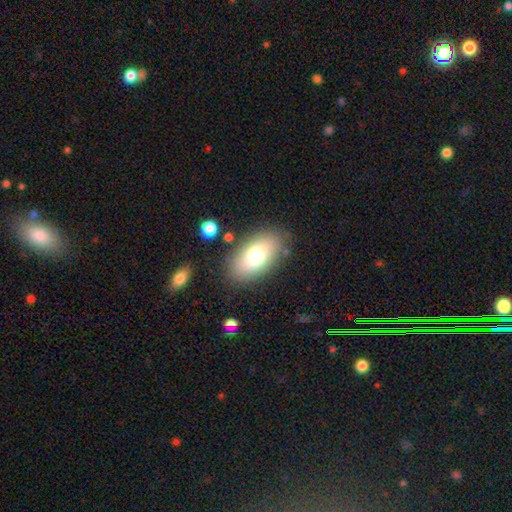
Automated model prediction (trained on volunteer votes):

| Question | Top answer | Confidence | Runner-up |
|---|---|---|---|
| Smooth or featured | smooth | 74% | featured or disk (17%) |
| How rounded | in between | 92% | round (6%) |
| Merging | none | 83% | minor disturbance (11%) |